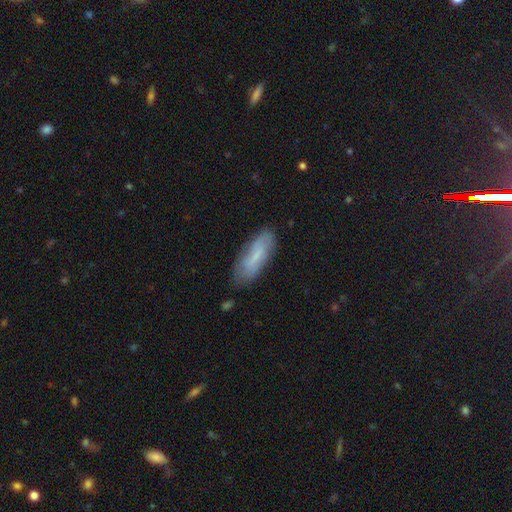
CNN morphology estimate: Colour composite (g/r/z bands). It shows a smooth galaxy with no disk features (64%) that is in between round and cigar-shaped (62%). Merging: none (75%).